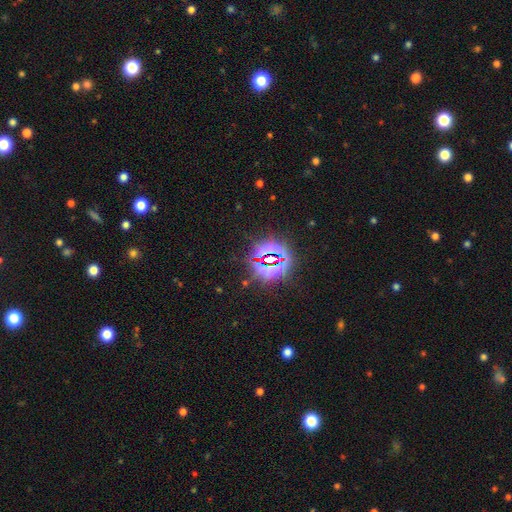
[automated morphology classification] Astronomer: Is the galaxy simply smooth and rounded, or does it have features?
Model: star or artifact — 80%.